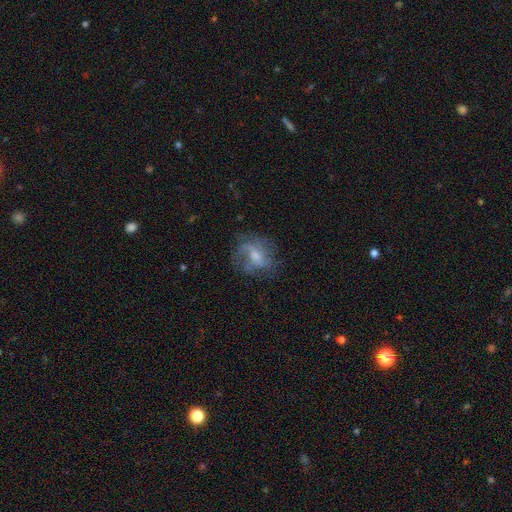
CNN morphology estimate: featured or disk 61%, smooth 30%, star or artifact 9%. Down the decision tree: edge-on disk — no (96%); bar — weak (48%); spiral arms — yes (76%); bulge size — moderate (46%); merging — none (55%).